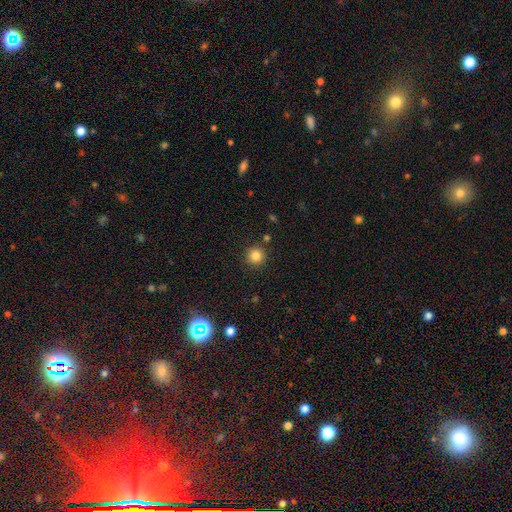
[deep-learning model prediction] Q: Smooth or featured?
A: smooth (83%); runner-up: star or artifact (12%)
Q: How rounded?
A: round (95%); runner-up: in between (5%)
Q: Merging?
A: none (89%); runner-up: minor disturbance (6%)